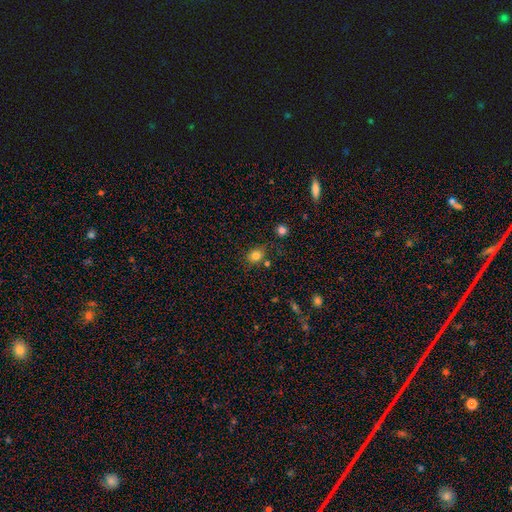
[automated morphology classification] smooth 81%, star or artifact 12%, featured or disk 6%. Down the decision tree: how rounded — round (69%); merging — none (71%).